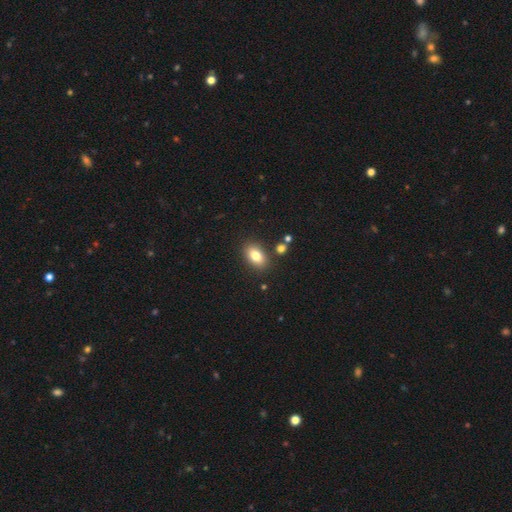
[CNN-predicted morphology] smooth 81%, featured or disk 10%, star or artifact 9%. Down the decision tree: how rounded — in between (88%); merging — none (83%).